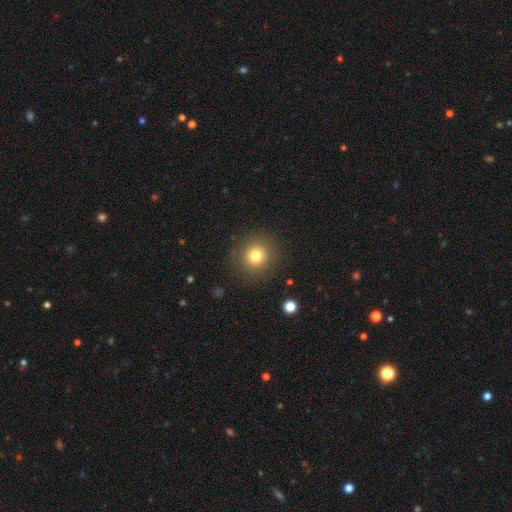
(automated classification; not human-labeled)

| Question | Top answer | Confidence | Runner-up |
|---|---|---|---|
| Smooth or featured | smooth | 77% | star or artifact (13%) |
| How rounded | round | 91% | in between (8%) |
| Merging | none | 88% | minor disturbance (7%) |